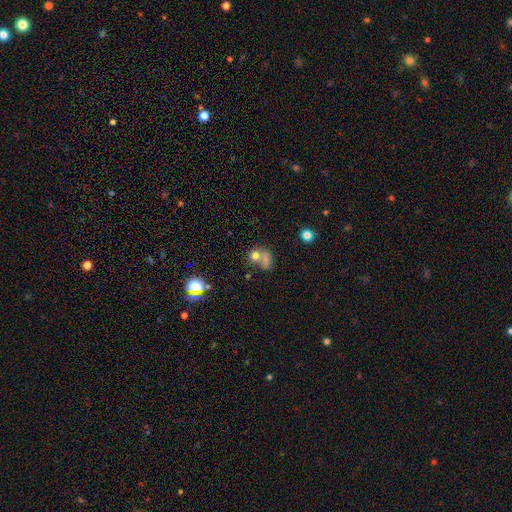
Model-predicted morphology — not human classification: The model was most divided on "merging": merger: 50%, none: 34%, minor disturbance: 9%, major disturbance: 8%. More confident: smooth or featured — smooth (69%); how rounded — round (64%).